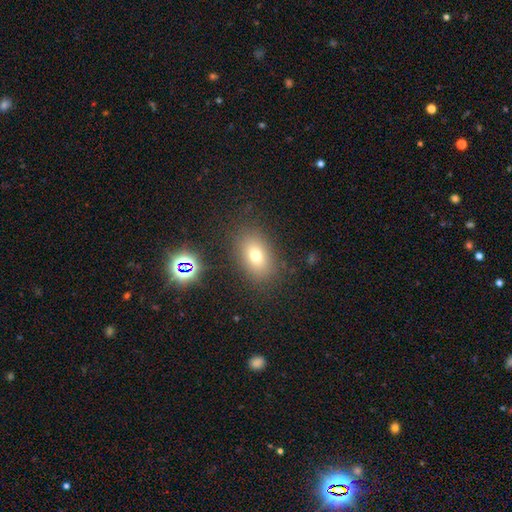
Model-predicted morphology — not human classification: This is likely a smooth galaxy (71%). How rounded: likely in between (80%). Merging: clearly none (82%).